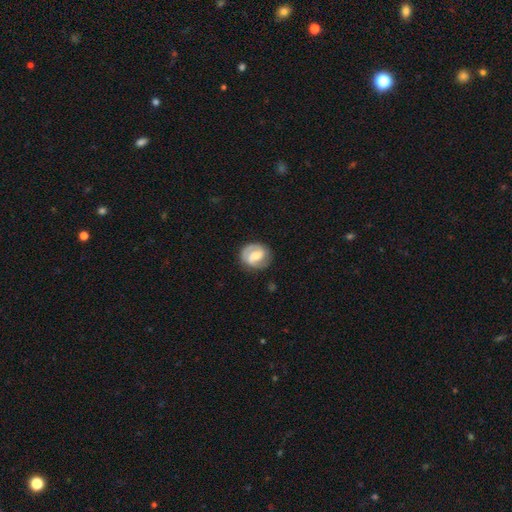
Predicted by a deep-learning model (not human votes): Q: Smooth or featured?
A: featured or disk (71%); runner-up: smooth (23%)
Q: Edge-on disk?
A: no (97%); runner-up: yes (3%)
Q: Bar?
A: weak (47%); runner-up: strong (31%)
Q: Spiral arms?
A: yes (87%); runner-up: no (13%)
Q: Spiral winding?
A: tight (44%); runner-up: medium (41%)
Q: Spiral arm count?
A: 2 (81%); runner-up: can't tell (9%)
Q: Bulge size?
A: moderate (64%); runner-up: small (26%)
Q: Merging?
A: none (80%); runner-up: minor disturbance (14%)